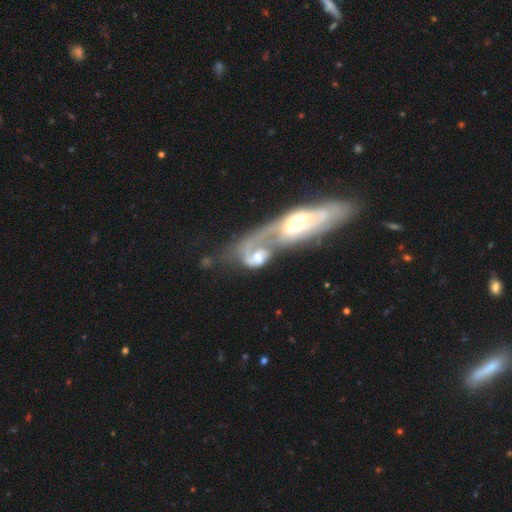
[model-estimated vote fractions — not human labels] A featured or disk galaxy (69%) with no bar (64%), spiral arms (71%) and a moderate central bulge (47%).

Vote fractions:
- Smooth or featured? featured or disk: 69% / smooth: 24% / star or artifact: 8%
- Edge-on disk? no: 93% / yes: 7%
- Bar? no: 64% / weak: 25% / strong: 11%
- Spiral arms? yes: 71% / no: 29%
- Bulge size? moderate: 47% / large: 26% / small: 15% / none: 8% / dominant: 4%
- Merging? merger: 74% / major disturbance: 14% / none: 7% / minor disturbance: 5%